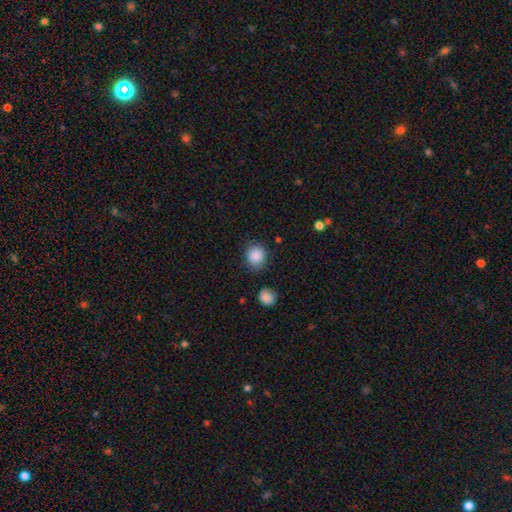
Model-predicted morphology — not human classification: This is clearly a smooth galaxy (87%). How rounded: clearly round (81%). Merging: likely none (79%).